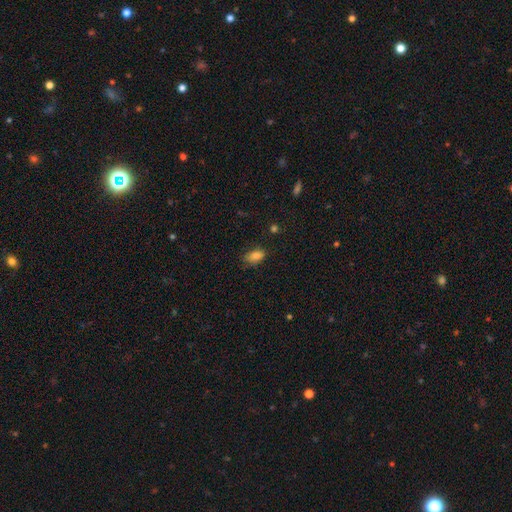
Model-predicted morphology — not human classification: This is clearly a smooth galaxy (82%). How rounded: clearly in between (89%). Merging: likely none (69%).